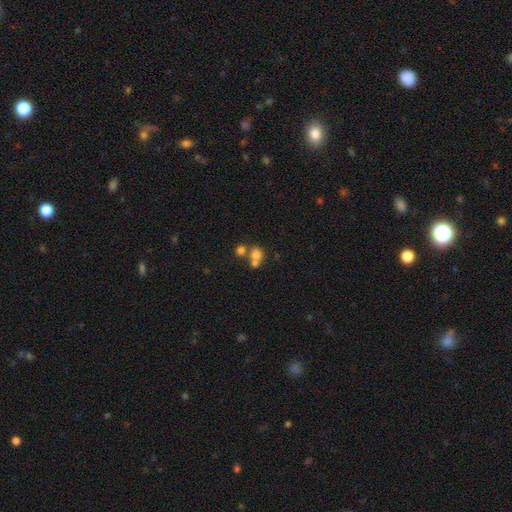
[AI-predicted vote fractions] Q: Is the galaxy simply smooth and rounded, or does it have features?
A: smooth — 69%.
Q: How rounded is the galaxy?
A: round — 70%.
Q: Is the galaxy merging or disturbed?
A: merger — 53%.